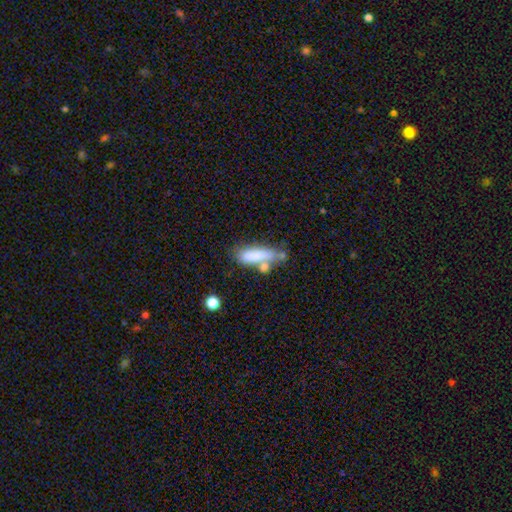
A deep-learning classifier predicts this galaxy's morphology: smooth-or-featured: smooth: 74% | featured or disk: 18% | star or artifact: 8%
  how-rounded: cigar-shaped: 55% | in between: 42% | round: 2%
  merging: none: 41% | merger: 25% | minor disturbance: 21% | major disturbance: 12%